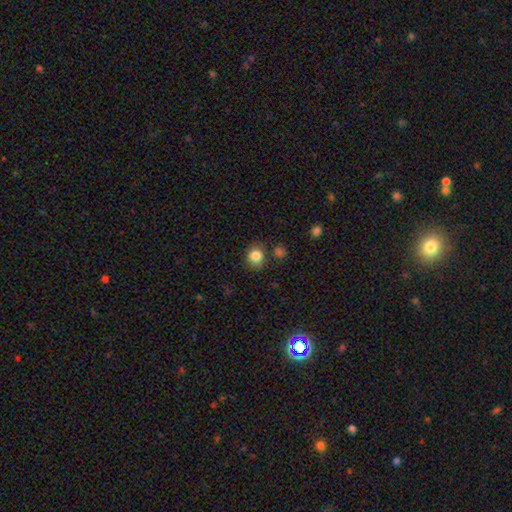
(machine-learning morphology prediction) A smooth galaxy with no disk features (84%) that is round (76%). Merging: none (76%).